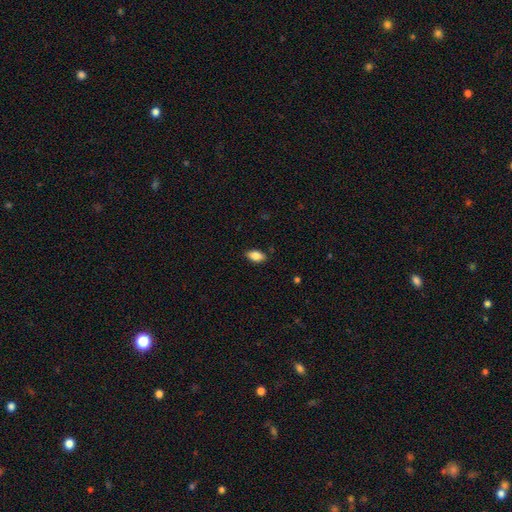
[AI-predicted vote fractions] Q: Smooth or featured?
A: smooth (83%); runner-up: featured or disk (9%)
Q: How rounded?
A: in between (91%); runner-up: cigar-shaped (5%)
Q: Merging?
A: none (86%); runner-up: minor disturbance (11%)